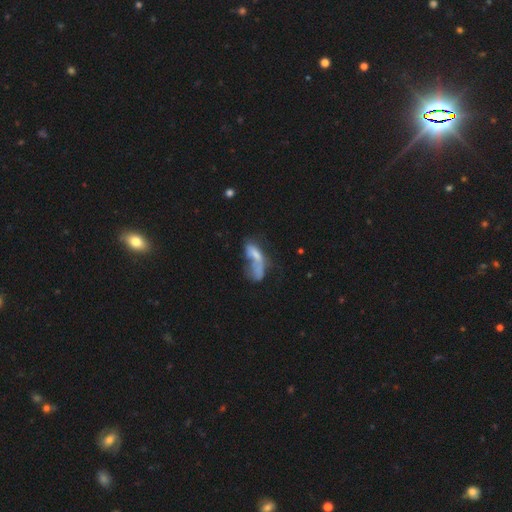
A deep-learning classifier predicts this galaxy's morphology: Smooth or featured? smooth (52%)
How rounded? in between (61%)
Merging? merger (35%)